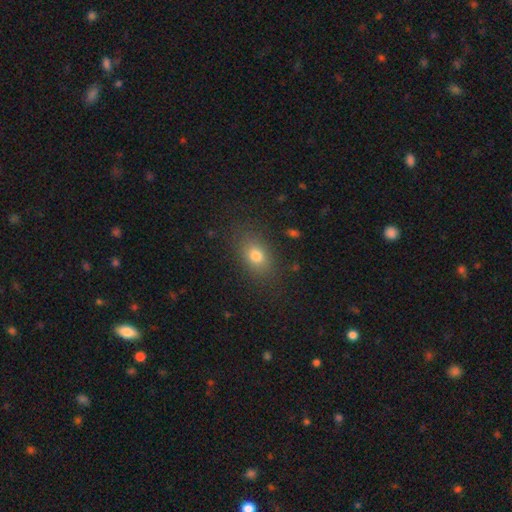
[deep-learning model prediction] The model was most divided on "how rounded": in between: 76%, round: 22%, cigar-shaped: 2%. More confident: merging — none (82%); smooth or featured — smooth (77%).